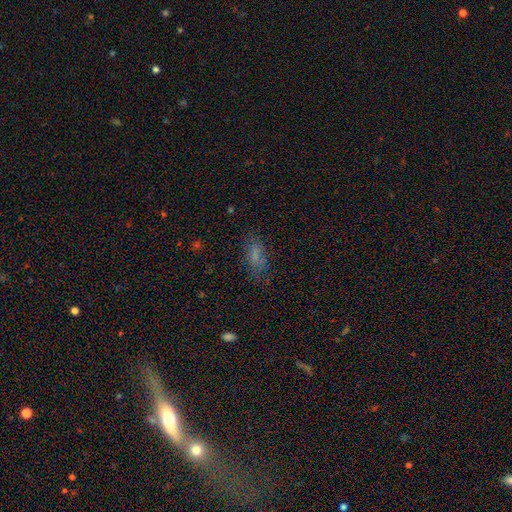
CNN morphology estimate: Smooth or featured: smooth — 68% (star or artifact — 16%)
How rounded: in between — 79% (cigar-shaped — 17%)
Merging: none — 67% (minor disturbance — 20%)